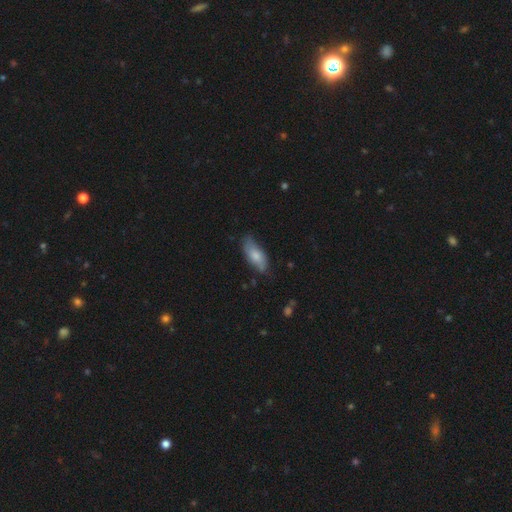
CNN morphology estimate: Smooth or featured?
  - smooth: 75% *
  - featured or disk: 19%
  - star or artifact: 6%
How rounded?
  - in between: 79% *
  - cigar-shaped: 19%
  - round: 2%
Merging?
  - none: 67% *
  - minor disturbance: 26%
  - major disturbance: 5%
  - merger: 2%